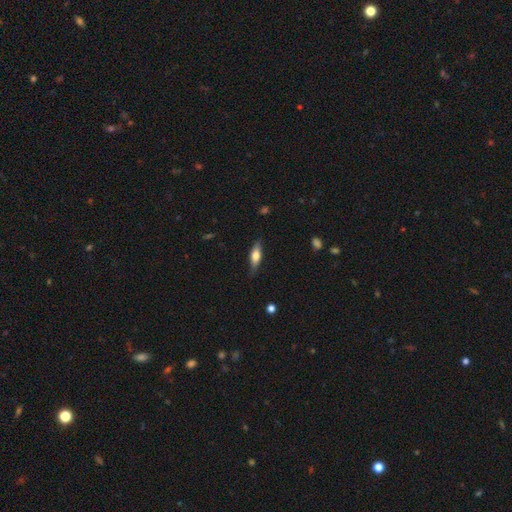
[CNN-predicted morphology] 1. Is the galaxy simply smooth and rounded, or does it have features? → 62% smooth, 32% featured or disk, 6% star or artifact.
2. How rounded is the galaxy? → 55% in between, 42% cigar-shaped, 3% round.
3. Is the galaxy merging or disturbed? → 78% none, 18% minor disturbance, 3% major disturbance, 1% merger.